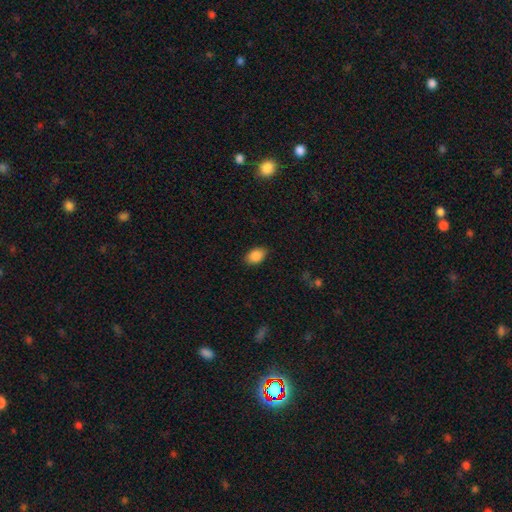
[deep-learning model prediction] A smooth galaxy with no disk features (88%) that is in between round and cigar-shaped (86%). Merging: none (84%).